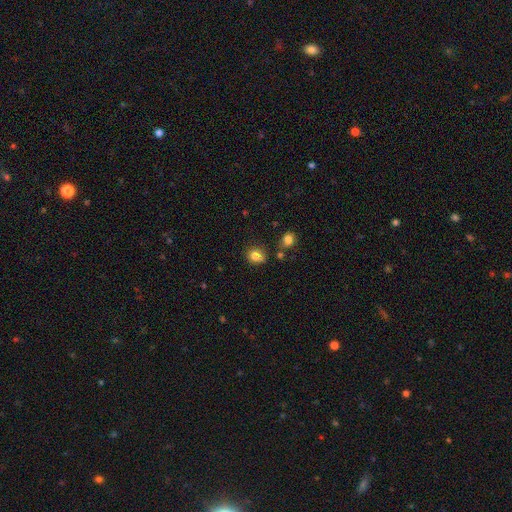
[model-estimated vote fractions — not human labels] smooth-or-featured: smooth: 80% | star or artifact: 12% | featured or disk: 8%
  how-rounded: round: 65% | in between: 34% | cigar-shaped: 1%
  merging: none: 62% | minor disturbance: 21% | merger: 11% | major disturbance: 6%